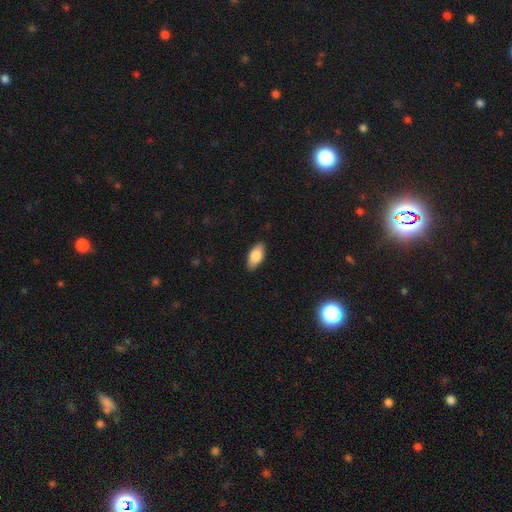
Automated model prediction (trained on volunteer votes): smooth-or-featured: smooth: 82% | featured or disk: 11% | star or artifact: 6%
  how-rounded: in between: 90% | cigar-shaped: 7% | round: 3%
  merging: none: 88% | minor disturbance: 9% | major disturbance: 2% | merger: 1%